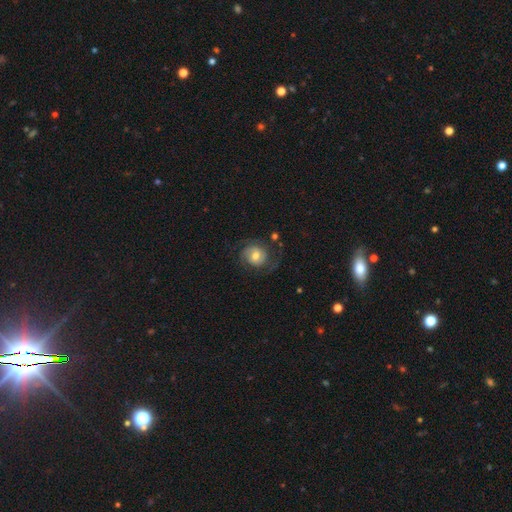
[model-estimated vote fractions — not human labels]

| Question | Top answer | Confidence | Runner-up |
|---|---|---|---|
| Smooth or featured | featured or disk | 60% | smooth (32%) |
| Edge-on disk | no | 98% | yes (2%) |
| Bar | no | 52% | weak (39%) |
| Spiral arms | yes | 86% | no (14%) |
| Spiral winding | tight | 41% | tied: medium (41%) |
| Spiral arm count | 2 | 67% | can't tell (17%) |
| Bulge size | moderate | 68% | small (20%) |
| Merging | none | 63% | minor disturbance (19%) |